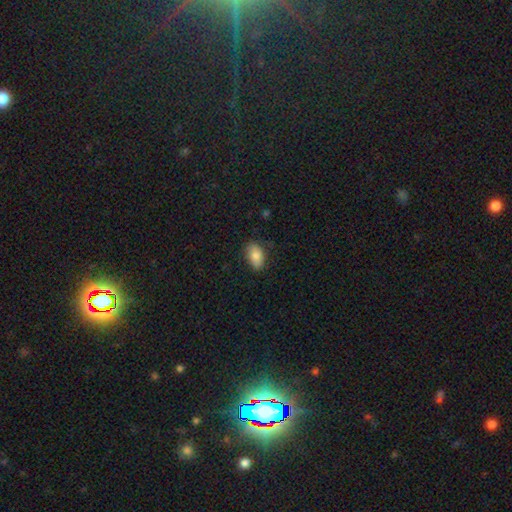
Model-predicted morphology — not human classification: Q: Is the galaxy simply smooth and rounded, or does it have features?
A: smooth — 82%.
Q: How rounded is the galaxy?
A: in between — 91%.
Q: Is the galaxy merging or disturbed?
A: none — 79%.